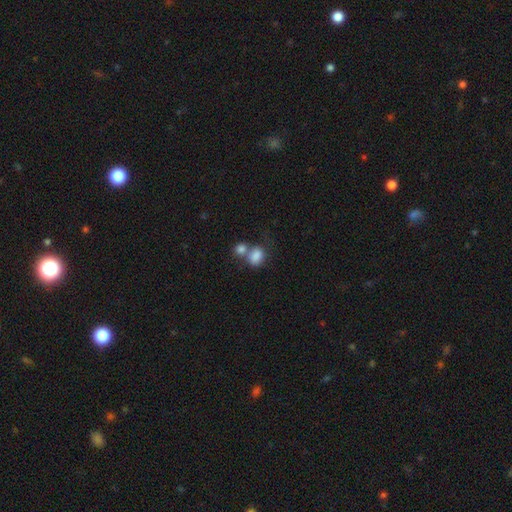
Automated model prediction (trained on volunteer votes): Overall: smooth (83%). How rounded: in between (66%; round 33%). Merging: merger (56%; none 28%).